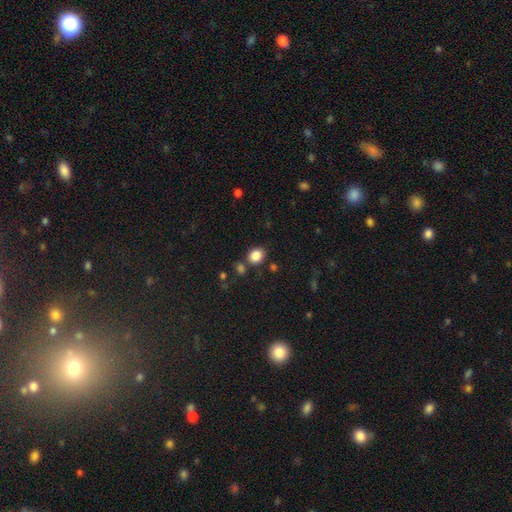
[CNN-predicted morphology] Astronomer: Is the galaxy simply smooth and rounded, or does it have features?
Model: smooth — 85%.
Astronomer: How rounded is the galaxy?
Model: round — 62%.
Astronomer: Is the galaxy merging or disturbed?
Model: none — 77%.